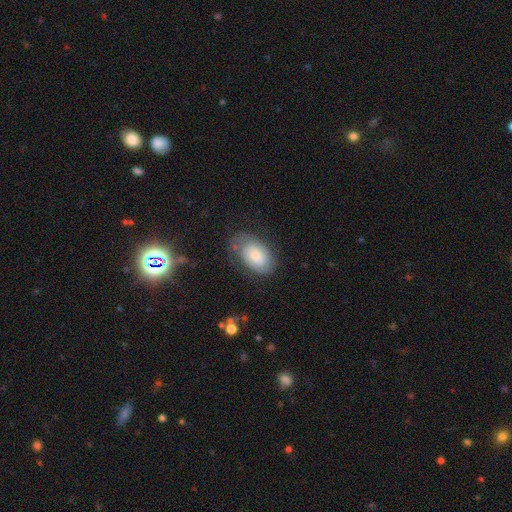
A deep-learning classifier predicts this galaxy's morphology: This is possibly a smooth galaxy (52%). How rounded: clearly in between (91%). Merging: likely none (62%).